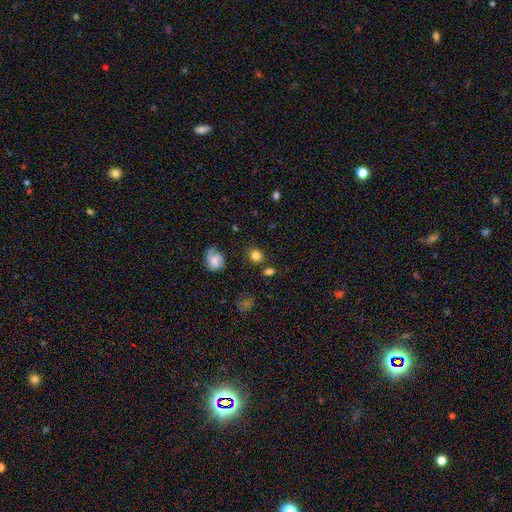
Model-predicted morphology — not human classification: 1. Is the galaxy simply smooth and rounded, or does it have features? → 82% smooth, 11% star or artifact, 7% featured or disk.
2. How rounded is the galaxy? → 79% round, 19% in between, 1% cigar-shaped.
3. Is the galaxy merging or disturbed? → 81% none, 11% minor disturbance, 5% merger, 4% major disturbance.